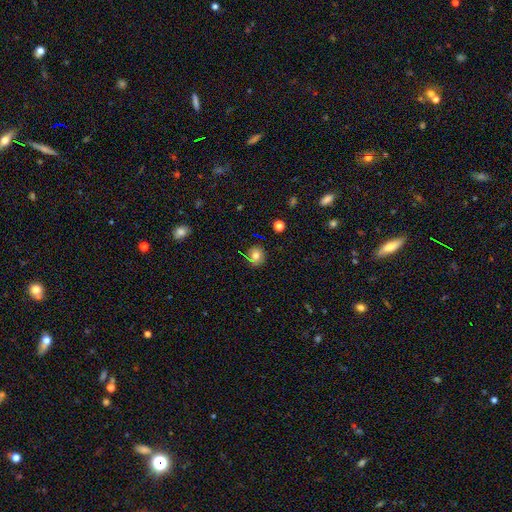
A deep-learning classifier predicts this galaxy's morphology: A smooth galaxy with no disk features (72%) that is round (86%).

Vote fractions:
- Smooth or featured? smooth: 72% / star or artifact: 15% / featured or disk: 13%
- How rounded? round: 86% / in between: 13% / cigar-shaped: 1%
- Merging? none: 82% / minor disturbance: 13% / major disturbance: 3% / merger: 2%